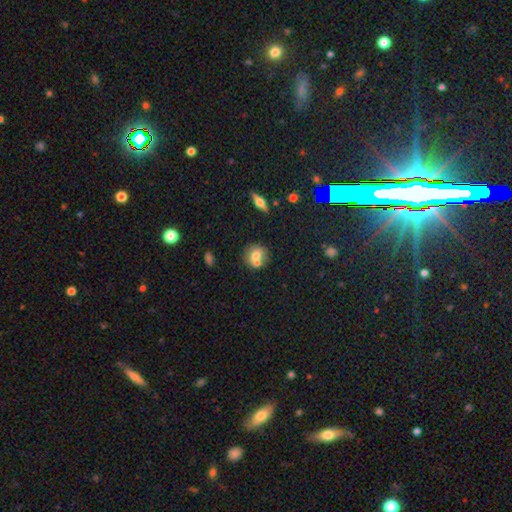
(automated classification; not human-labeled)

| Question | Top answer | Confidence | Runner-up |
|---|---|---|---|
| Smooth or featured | smooth | 66% | featured or disk (24%) |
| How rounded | round | 82% | in between (17%) |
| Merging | none | 51% | merger (38%) |